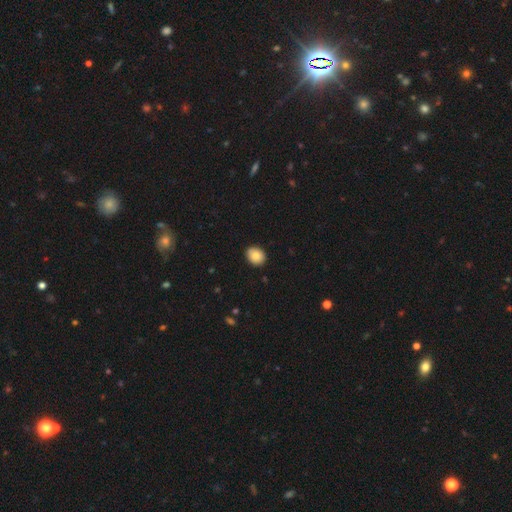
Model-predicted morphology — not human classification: Smooth or featured?
  - smooth: 85% *
  - star or artifact: 8%
  - featured or disk: 7%
How rounded?
  - round: 52% *
  - in between: 47%
  - cigar-shaped: 1%
Merging?
  - none: 88% *
  - minor disturbance: 9%
  - major disturbance: 2%
  - merger: 1%